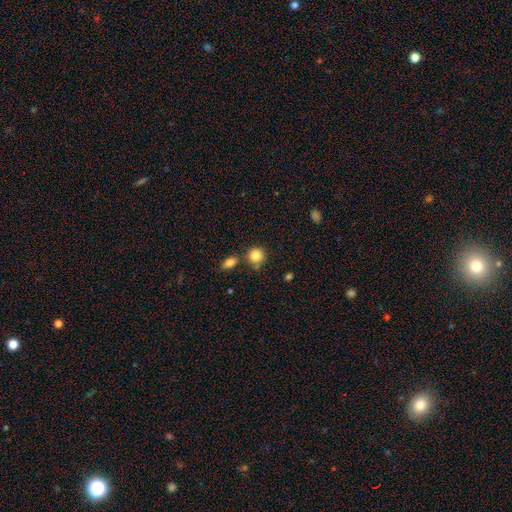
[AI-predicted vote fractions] Morphology: type=smooth (85%); roundness=round (87%); merging=none (71%).